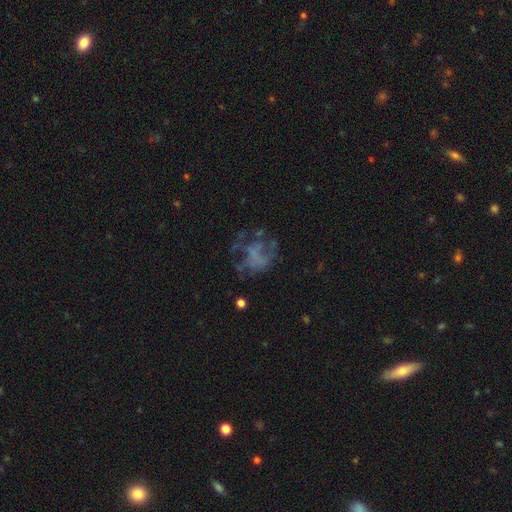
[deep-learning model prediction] smooth-or-featured: featured or disk: 56% | smooth: 28% | star or artifact: 16%
  disk-edge-on: no: 98% | yes: 2%
    bar: no: 87% | weak: 10% | strong: 3%
    has-spiral-arms: no: 75% | yes: 25%
    bulge-size: none: 80% | small: 9% | moderate: 7% | large: 3% | dominant: 1%
  merging: none: 44% | major disturbance: 34% | minor disturbance: 18% | merger: 4%